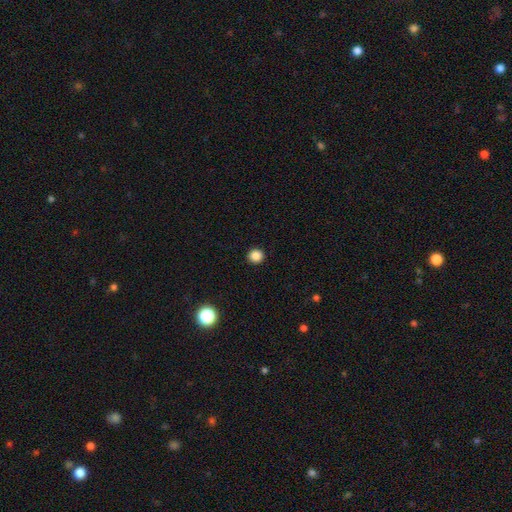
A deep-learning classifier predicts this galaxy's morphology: A smooth galaxy with no disk features (86%) that is round (94%). Merging: none (93%).